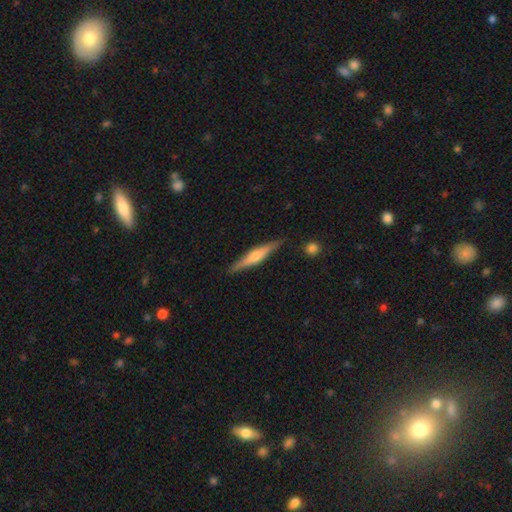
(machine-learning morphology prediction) Smooth or featured?
  - featured or disk: 62% *
  - smooth: 32%
  - star or artifact: 6%
Edge-on disk?
  - yes: 96% *
  - no: 4%
Edge-on bulge?
  - rounded: 81% *
  - boxy: 10%
  - none: 8%
Merging?
  - none: 88% *
  - minor disturbance: 9%
  - major disturbance: 2%
  - merger: 2%